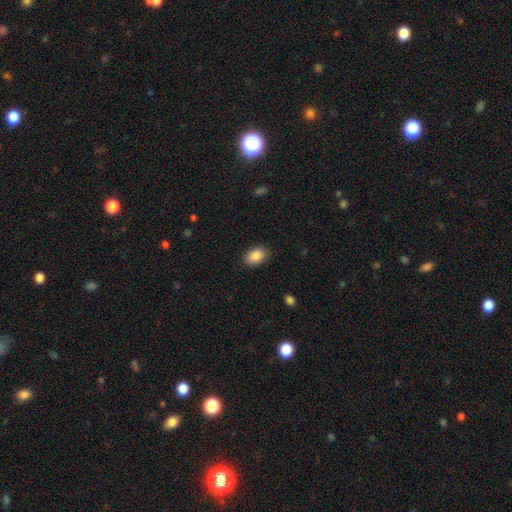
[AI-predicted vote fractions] This is clearly a smooth galaxy (88%). How rounded: clearly in between (87%). Merging: clearly none (86%).